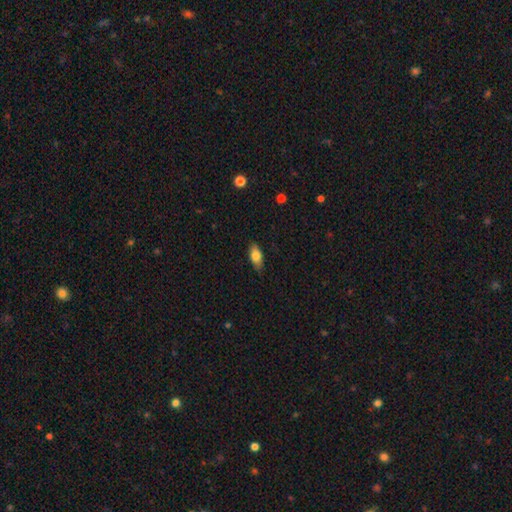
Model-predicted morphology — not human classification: A smooth galaxy with no disk features (75%) that is in between round and cigar-shaped (84%). Merging: none (81%).